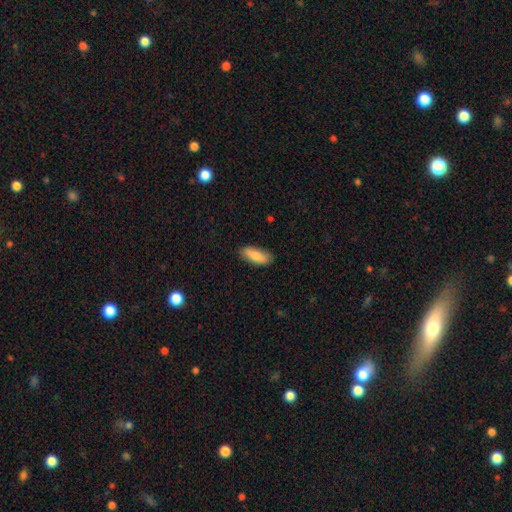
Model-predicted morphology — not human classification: type=smooth (84%); roundness=in between (78%); merging=none (83%).